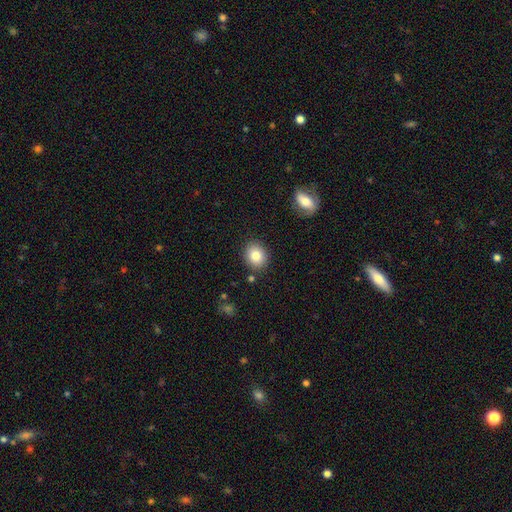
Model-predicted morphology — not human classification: Smooth or featured? Predicted: smooth (p=0.82). How rounded? Predicted: round (p=0.64). Merging? Predicted: none (p=0.85).